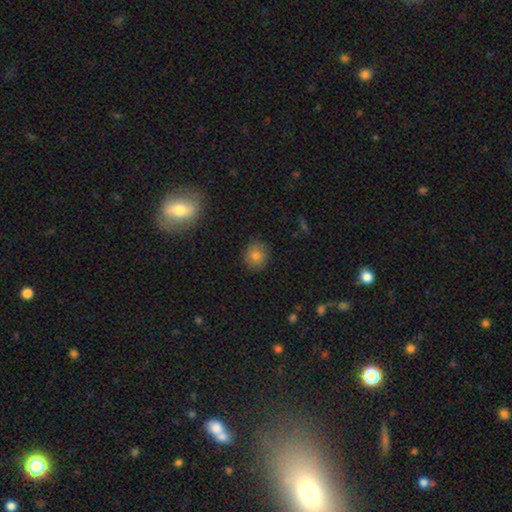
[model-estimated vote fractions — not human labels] Q: Smooth or featured?
A: smooth (79%); runner-up: star or artifact (13%)
Q: How rounded?
A: round (83%); runner-up: in between (15%)
Q: Merging?
A: none (88%); runner-up: minor disturbance (9%)